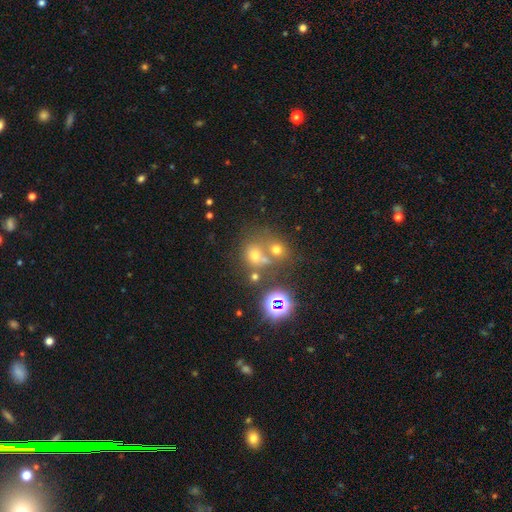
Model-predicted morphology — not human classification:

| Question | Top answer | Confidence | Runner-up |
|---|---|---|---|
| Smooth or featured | smooth | 52% | star or artifact (33%) |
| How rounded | round | 75% | in between (24%) |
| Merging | merger | 44% | none (42%) |